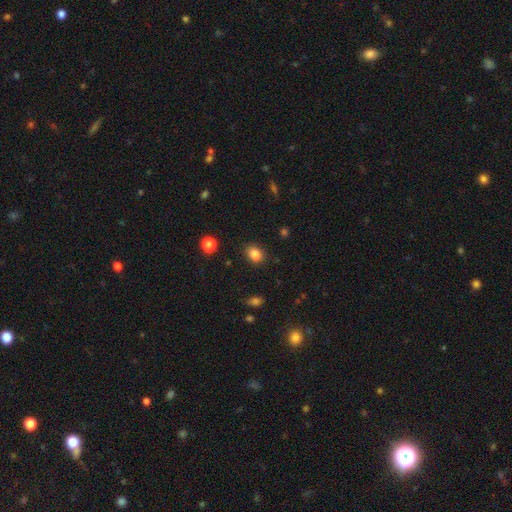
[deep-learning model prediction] smooth-or-featured: smooth: 85% | star or artifact: 11% | featured or disk: 5%
  how-rounded: in between: 57% | round: 42% | cigar-shaped: 1%
  merging: none: 85% | minor disturbance: 11% | major disturbance: 3% | merger: 2%